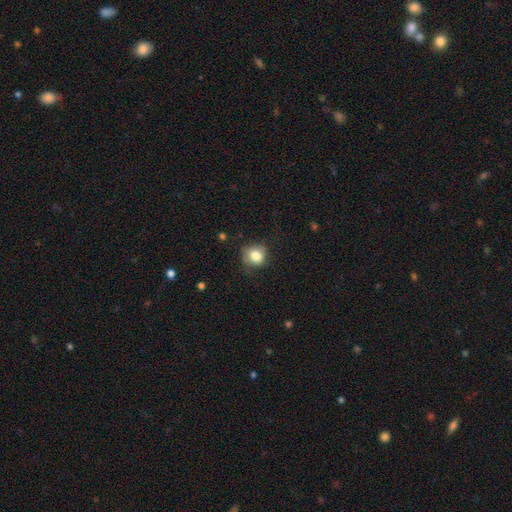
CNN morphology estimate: Q: Smooth or featured?
A: smooth (81%); runner-up: star or artifact (10%)
Q: How rounded?
A: round (77%); runner-up: in between (22%)
Q: Merging?
A: none (64%); runner-up: minor disturbance (26%)